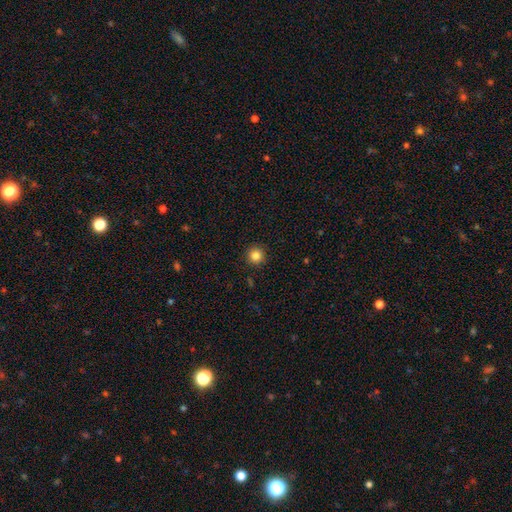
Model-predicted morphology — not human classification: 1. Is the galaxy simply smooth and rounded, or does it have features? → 84% smooth, 11% star or artifact, 5% featured or disk.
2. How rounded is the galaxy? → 96% round, 3% in between, 1% cigar-shaped.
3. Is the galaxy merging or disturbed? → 92% none, 5% minor disturbance, 2% major disturbance, 1% merger.